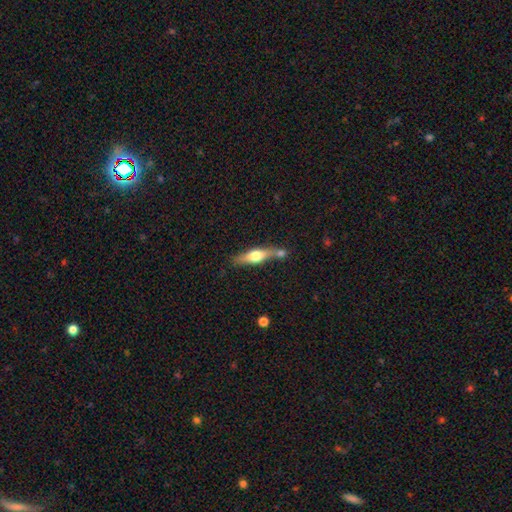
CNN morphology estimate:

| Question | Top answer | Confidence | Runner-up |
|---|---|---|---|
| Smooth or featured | featured or disk | 49% | smooth (45%) |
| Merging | none | 60% | merger (22%) |